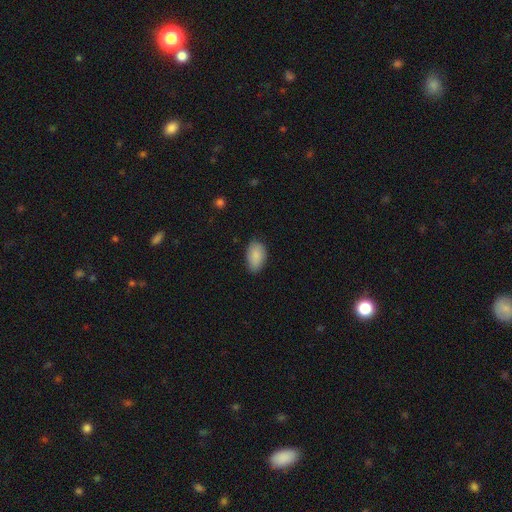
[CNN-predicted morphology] The model was most divided on "merging": none: 77%, minor disturbance: 19%, major disturbance: 3%, merger: 1%. More confident: how rounded — in between (92%); smooth or featured — smooth (87%).